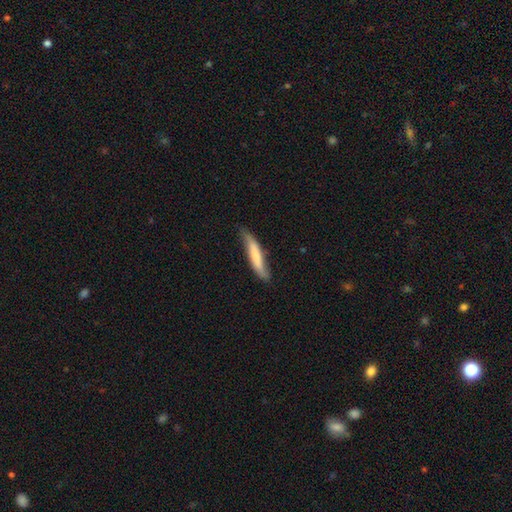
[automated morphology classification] Q: Smooth or featured?
A: smooth (58%); runner-up: featured or disk (37%)
Q: How rounded?
A: cigar-shaped (88%); runner-up: in between (11%)
Q: Merging?
A: none (69%); runner-up: minor disturbance (24%)